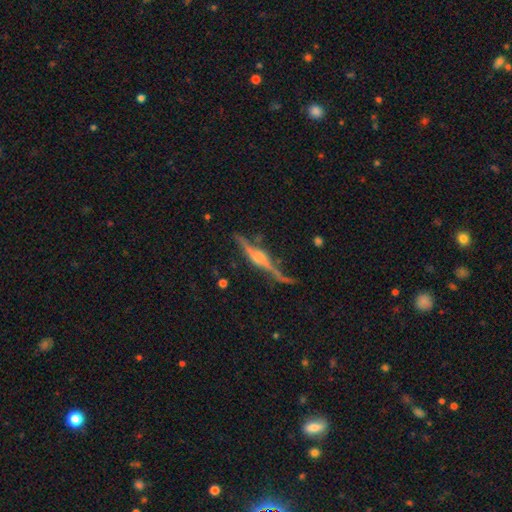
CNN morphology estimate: featured or disk 85%, smooth 8%, star or artifact 7%. Down the decision tree: edge-on disk — yes (96%); edge-on bulge — rounded (81%); merging — none (73%).